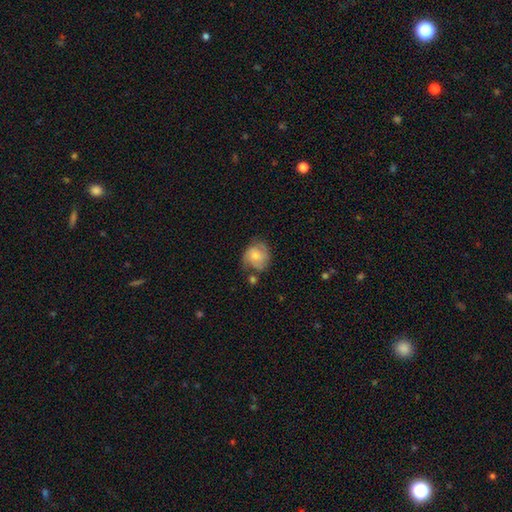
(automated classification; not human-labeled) Morphology: type=featured or disk (49%); merging=none (55%).